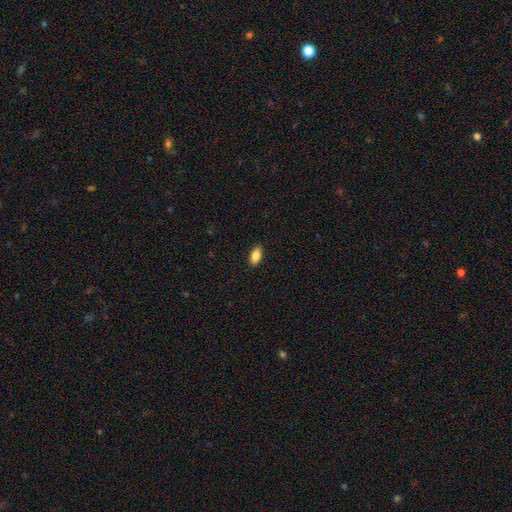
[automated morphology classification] smooth-or-featured: smooth: 85% | featured or disk: 8% | star or artifact: 7%
  how-rounded: in between: 91% | cigar-shaped: 5% | round: 4%
  merging: none: 89% | minor disturbance: 8% | major disturbance: 2% | merger: 1%